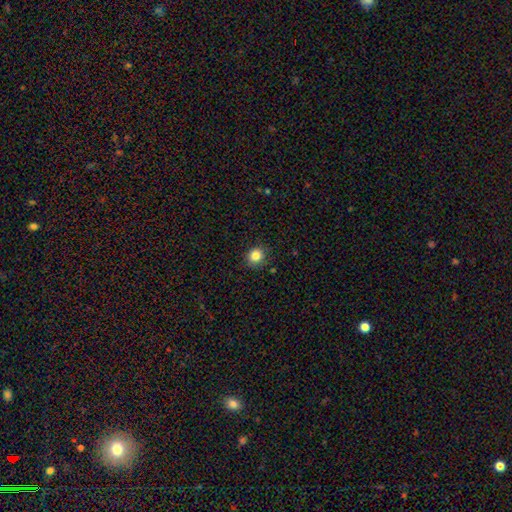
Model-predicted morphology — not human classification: A smooth galaxy with no disk features (84%) that is round (87%). Merging: none (87%).